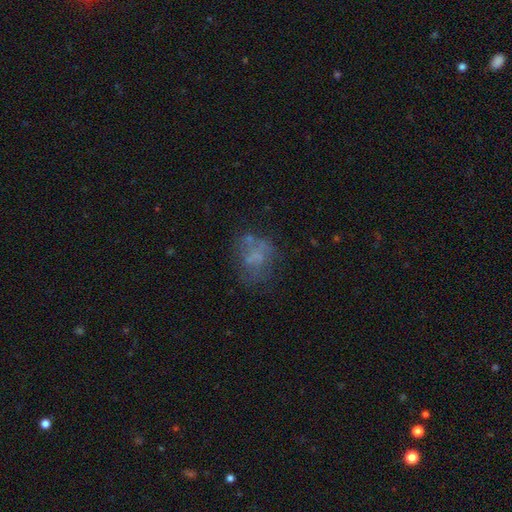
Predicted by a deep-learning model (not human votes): Smooth or featured? Predicted: featured or disk (p=0.44). Merging? Predicted: none (p=0.51).